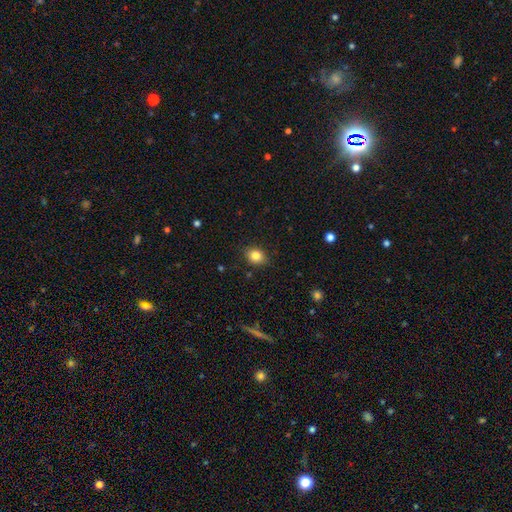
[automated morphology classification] A smooth galaxy with no disk features (83%) that is in between round and cigar-shaped (50%).

Vote fractions:
- Smooth or featured? smooth: 83% / star or artifact: 10% / featured or disk: 7%
- How rounded? in between: 50% / round: 49% / cigar-shaped: 1%
- Merging? none: 87% / minor disturbance: 10% / major disturbance: 2% / merger: 1%